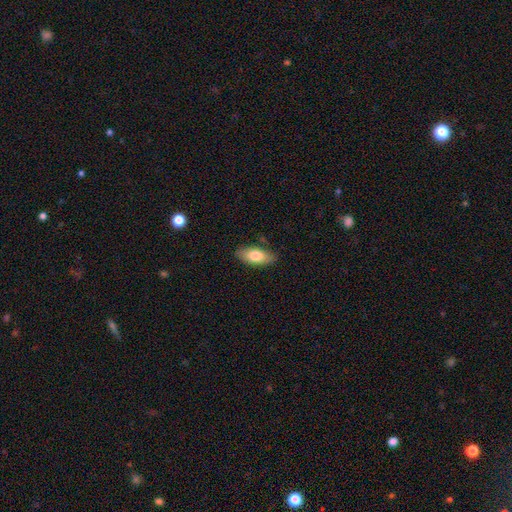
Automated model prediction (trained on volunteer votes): smooth-or-featured: smooth: 78% | featured or disk: 16% | star or artifact: 6%
  how-rounded: in between: 86% | cigar-shaped: 11% | round: 3%
  merging: none: 82% | minor disturbance: 14% | major disturbance: 3% | merger: 1%